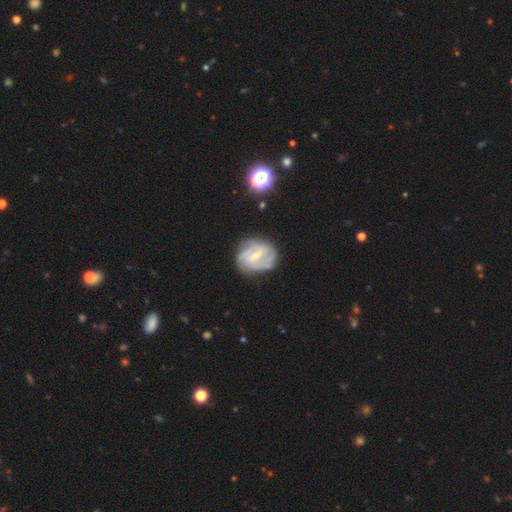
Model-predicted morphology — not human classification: smooth_or_featured: featured or disk (p=0.76) [alt: smooth p=0.17]
disk_edge_on: no (p=0.97) [alt: yes p=0.03]
bar: weak (p=0.52) [alt: no p=0.25]
has_spiral_arms: yes (p=0.85) [alt: no p=0.15]
spiral_winding: tight (p=0.48) [alt: medium p=0.37]
spiral_arm_count: can't tell (p=0.34) [alt: 2 p=0.33]
bulge_size: small (p=0.63) [alt: moderate p=0.32]
merging: none (p=0.68) [alt: minor disturbance p=0.21]